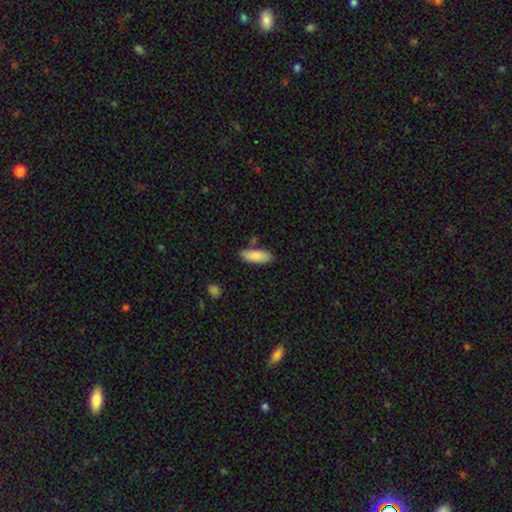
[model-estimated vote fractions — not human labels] This is clearly a smooth galaxy (87%). How rounded: likely in between (74%). Merging: likely none (79%).